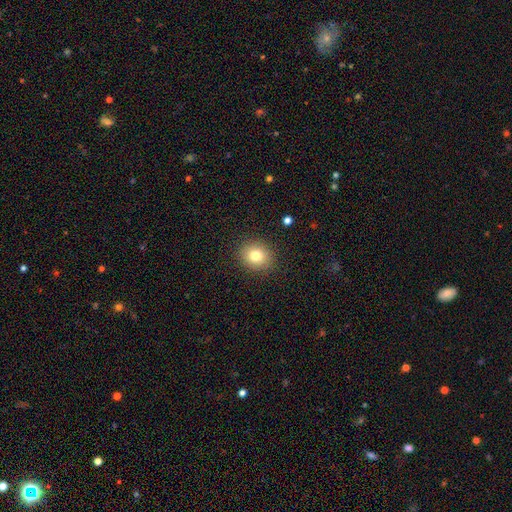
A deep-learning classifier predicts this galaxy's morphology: This is likely a smooth galaxy (79%). How rounded: likely round (74%). Merging: clearly none (89%).